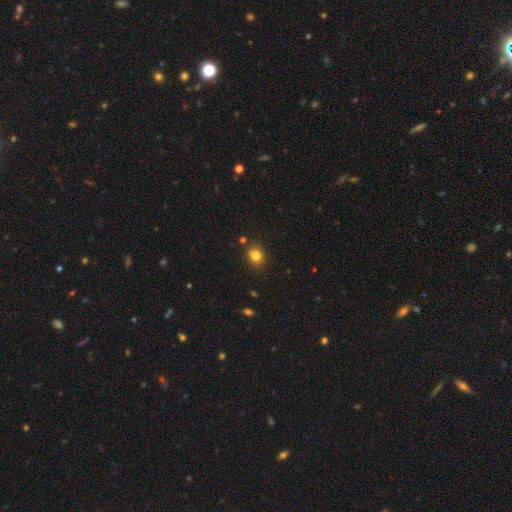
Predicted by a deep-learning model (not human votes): A smooth galaxy with no disk features (82%) that is round (70%). Merging: none (85%).